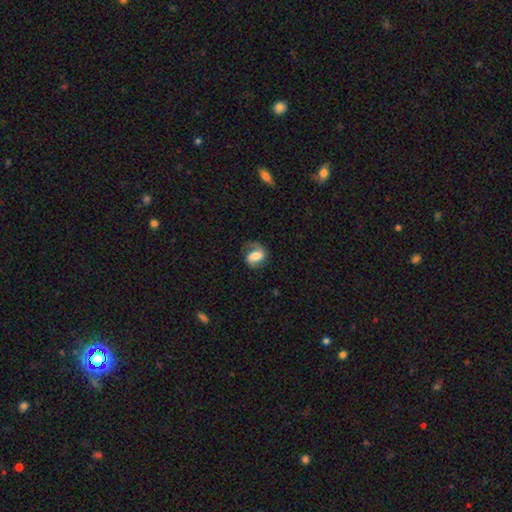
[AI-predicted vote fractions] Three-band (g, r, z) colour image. It shows a featured or disk galaxy (49%). Merging: none (58%).